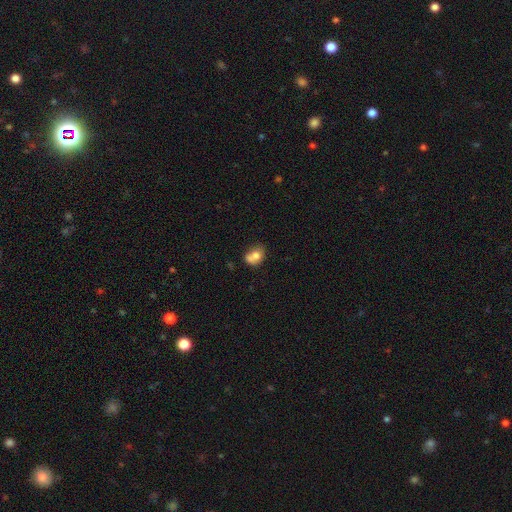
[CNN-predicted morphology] smooth_or_featured: smooth (p=0.70) [alt: featured or disk p=0.20]
how_rounded: in between (p=0.51) [alt: round p=0.48]
merging: merger (p=0.47) [alt: none p=0.31]